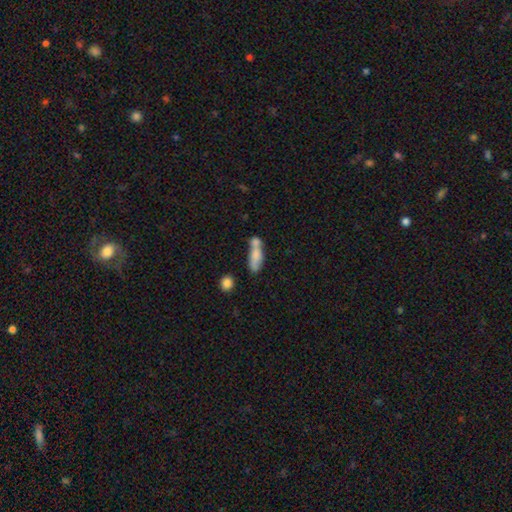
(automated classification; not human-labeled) This appears to be a smooth galaxy with no disk features (73%) that is in between round and cigar-shaped (63%). Merging: merger (48%).